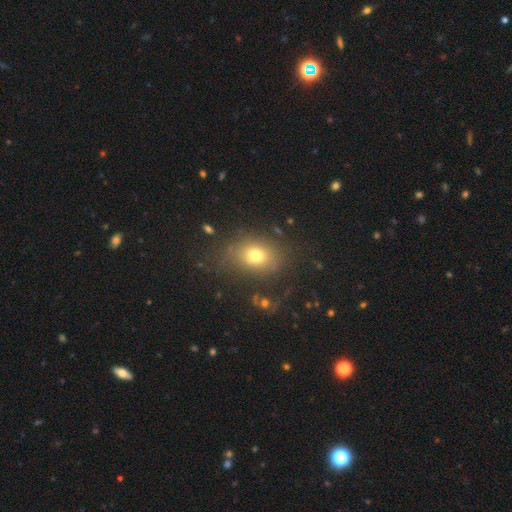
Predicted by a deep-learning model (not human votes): smooth 71%, featured or disk 15%, star or artifact 14%. Down the decision tree: how rounded — in between (58%); merging — none (68%).